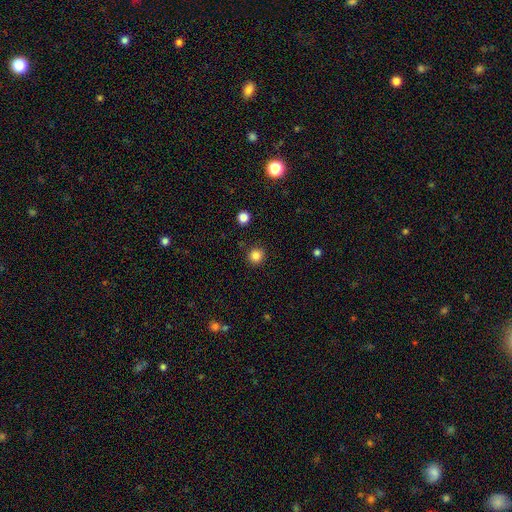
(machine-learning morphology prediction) smooth_or_featured: smooth (p=0.84) [alt: star or artifact p=0.12]
how_rounded: round (p=0.93) [alt: in between p=0.06]
merging: none (p=0.91) [alt: minor disturbance p=0.06]